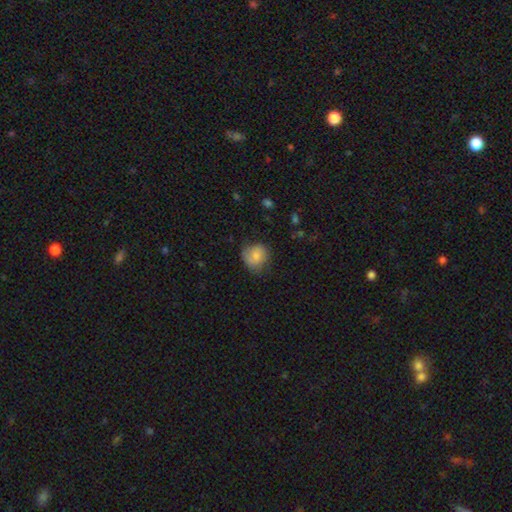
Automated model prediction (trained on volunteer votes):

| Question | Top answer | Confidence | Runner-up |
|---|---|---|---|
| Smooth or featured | smooth | 78% | featured or disk (14%) |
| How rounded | round | 79% | in between (20%) |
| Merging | none | 59% | minor disturbance (30%) |